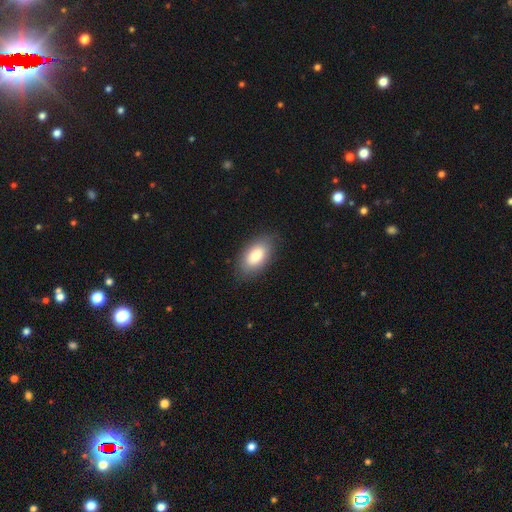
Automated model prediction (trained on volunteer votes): smooth 82%, featured or disk 11%, star or artifact 7%. Down the decision tree: how rounded — in between (93%); merging — none (83%).